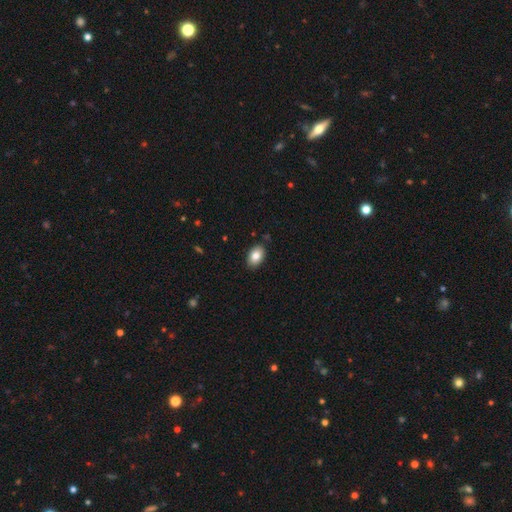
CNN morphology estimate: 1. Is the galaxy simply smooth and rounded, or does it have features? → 82% smooth, 11% featured or disk, 7% star or artifact.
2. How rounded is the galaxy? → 89% in between, 10% round, 1% cigar-shaped.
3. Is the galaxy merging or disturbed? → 87% none, 10% minor disturbance, 2% major disturbance, 1% merger.